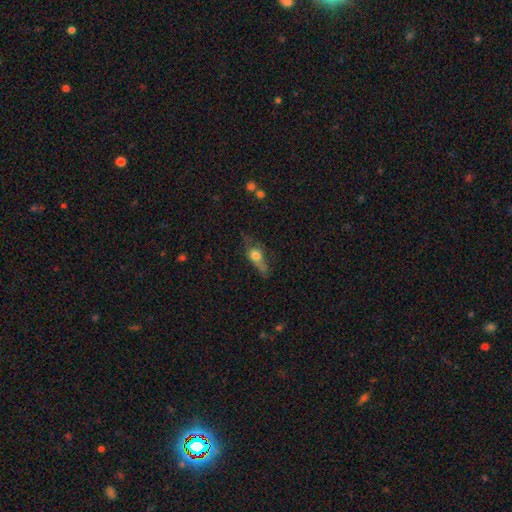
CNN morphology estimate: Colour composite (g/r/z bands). It shows a smooth galaxy with no disk features (59%) that is in between round and cigar-shaped (51%). Merging: none (41%).